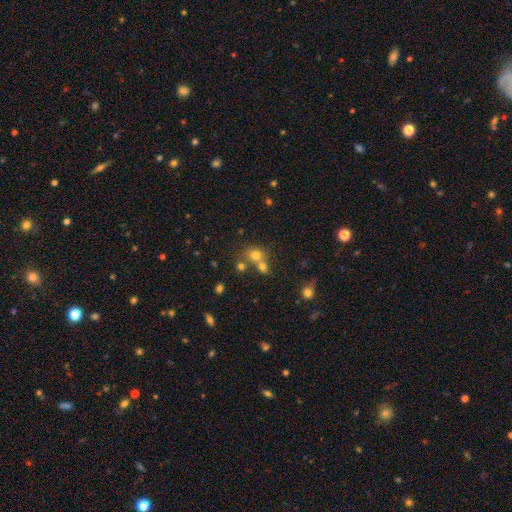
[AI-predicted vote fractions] A smooth galaxy with no disk features (71%) that is round (75%). Merging: merger (47%).